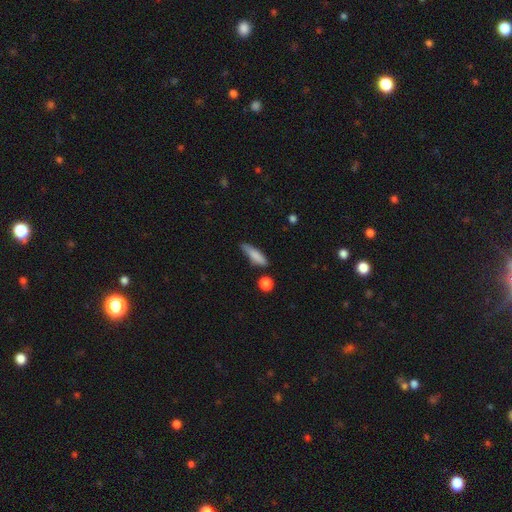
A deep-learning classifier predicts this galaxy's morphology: A smooth galaxy with no disk features (82%) that is cigar-shaped (65%).

Vote fractions:
- Smooth or featured? smooth: 82% / featured or disk: 11% / star or artifact: 7%
- How rounded? cigar-shaped: 65% / in between: 33% / round: 2%
- Merging? none: 68% / minor disturbance: 23% / major disturbance: 5% / merger: 4%